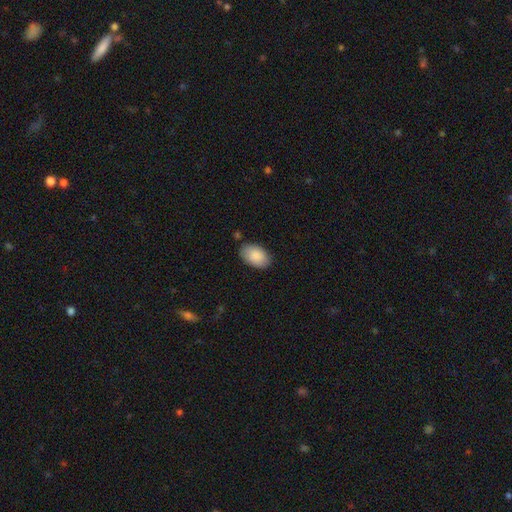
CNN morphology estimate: Overall: smooth (88%). How rounded: in between (93%). Merging: none (82%).